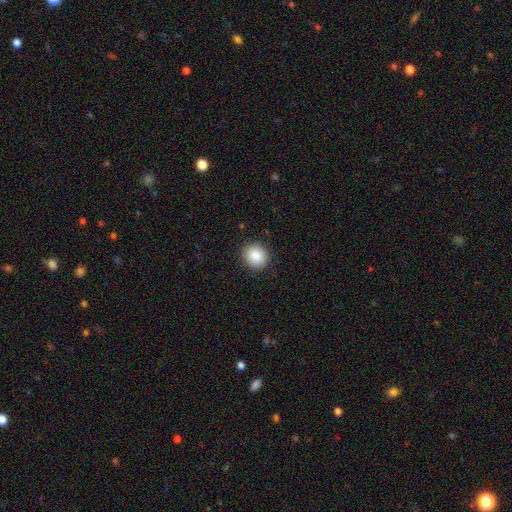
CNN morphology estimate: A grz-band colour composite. It shows a smooth galaxy with no disk features (86%) that is round (84%). Merging: none (91%).